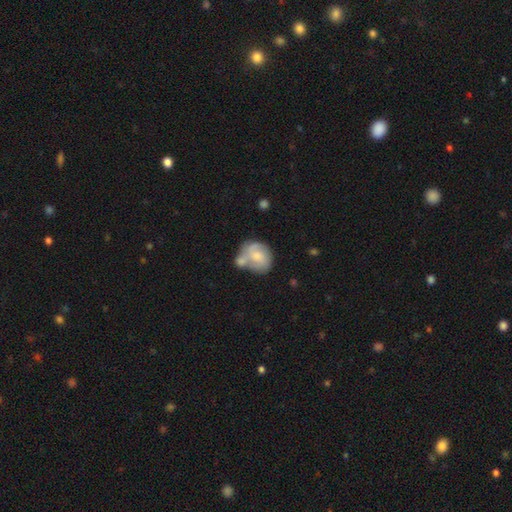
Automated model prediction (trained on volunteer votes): Smooth or featured? smooth (55%)
How rounded? round (58%)
Merging? merger (41%)